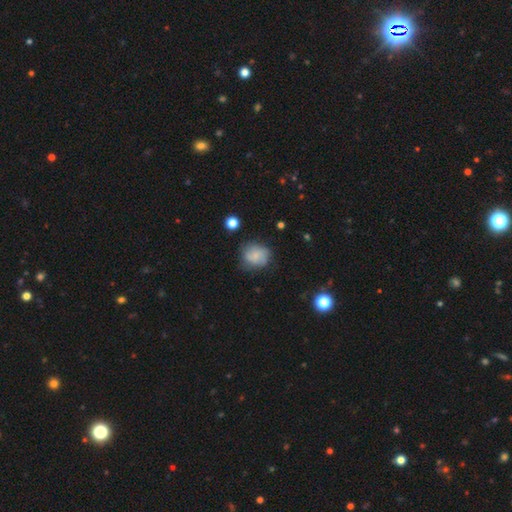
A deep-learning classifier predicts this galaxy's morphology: Smooth or featured: smooth — 65% (featured or disk — 26%)
How rounded: round — 71% (in between — 28%)
Merging: none — 65% (minor disturbance — 24%)